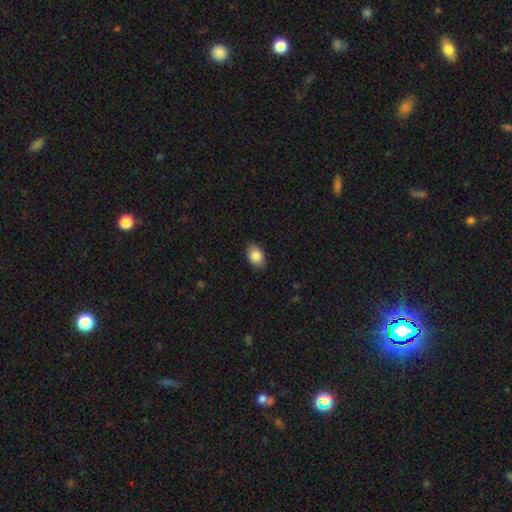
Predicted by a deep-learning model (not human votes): This appears to be a smooth galaxy with no disk features (86%) that is in between round and cigar-shaped (84%). Merging: none (88%).